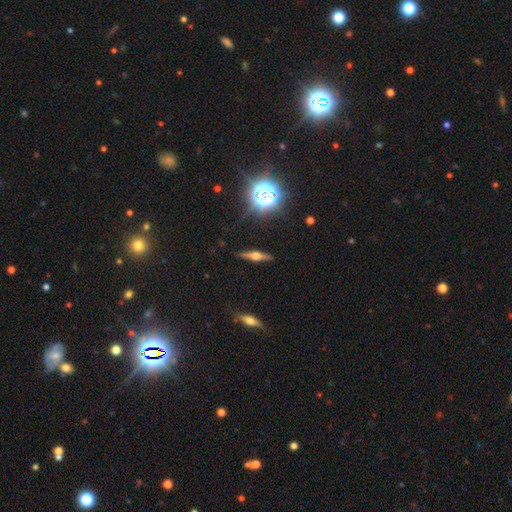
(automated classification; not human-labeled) This appears to be a featured or disk galaxy (70%) viewed edge-on (96%) with a rounded central bulge (92%). Merging: none (87%).